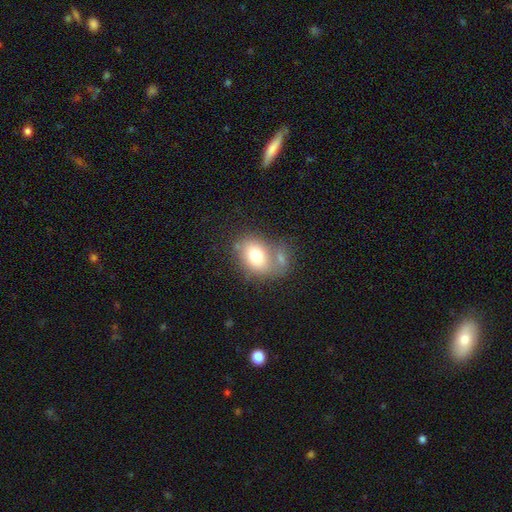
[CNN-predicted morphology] A smooth galaxy with no disk features (75%) that is in between round and cigar-shaped (78%).

Vote fractions:
- Smooth or featured? smooth: 75% / featured or disk: 17% / star or artifact: 8%
- How rounded? in between: 78% / round: 20% / cigar-shaped: 1%
- Merging? none: 40% / merger: 34% / minor disturbance: 16% / major disturbance: 9%